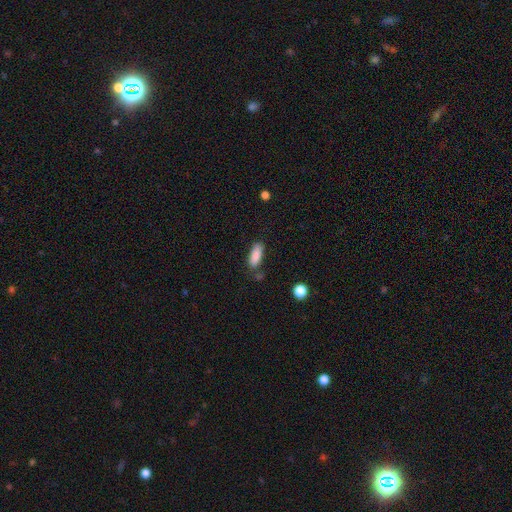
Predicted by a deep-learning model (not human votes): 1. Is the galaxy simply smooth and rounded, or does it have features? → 87% smooth, 7% star or artifact, 6% featured or disk.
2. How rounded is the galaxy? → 73% in between, 25% cigar-shaped, 2% round.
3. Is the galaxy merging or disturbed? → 71% none, 18% minor disturbance, 6% merger, 5% major disturbance.